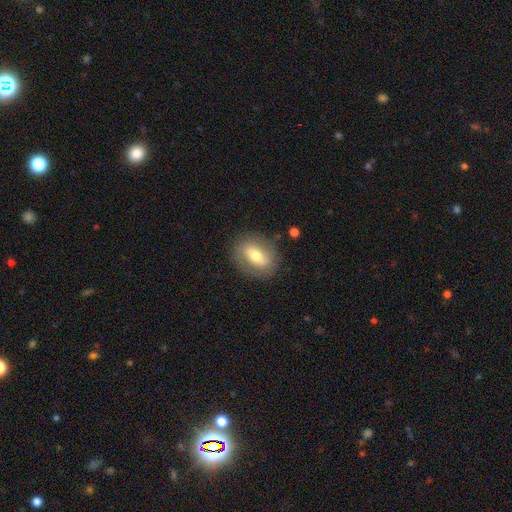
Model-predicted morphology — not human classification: Smooth or featured? smooth (52%)
How rounded? in between (63%)
Merging? none (81%)